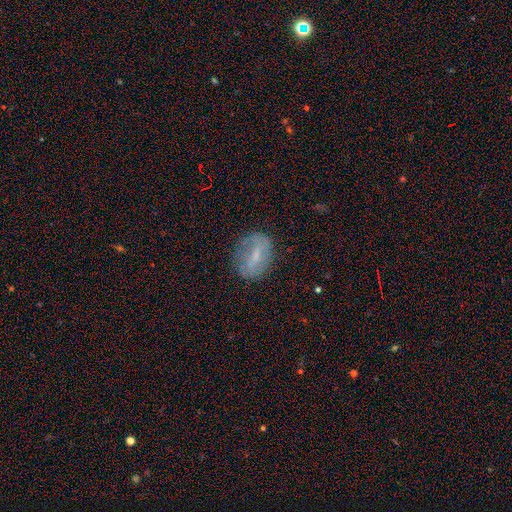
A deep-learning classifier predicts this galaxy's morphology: Smooth or featured? Predicted: smooth (p=0.46). Merging? Predicted: none (p=0.70).